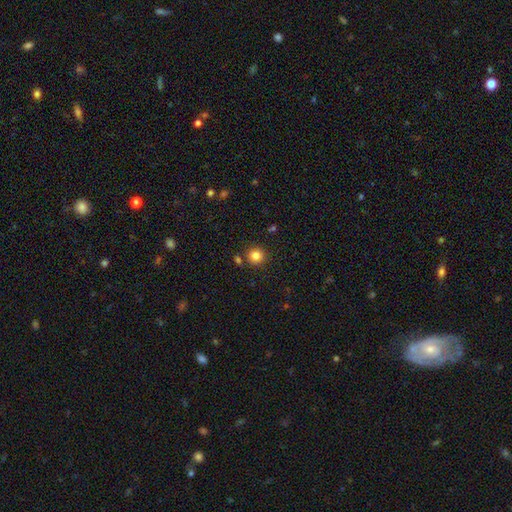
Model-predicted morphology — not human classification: Overall: smooth (82%). How rounded: round (93%). Merging: none (85%).